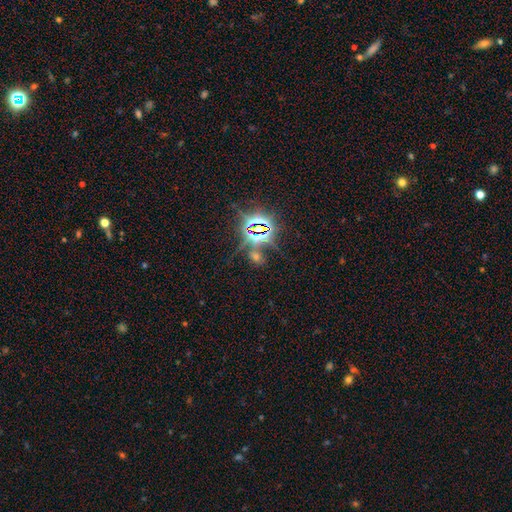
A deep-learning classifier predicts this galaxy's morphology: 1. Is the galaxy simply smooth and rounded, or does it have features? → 79% star or artifact, 12% smooth, 9% featured or disk.